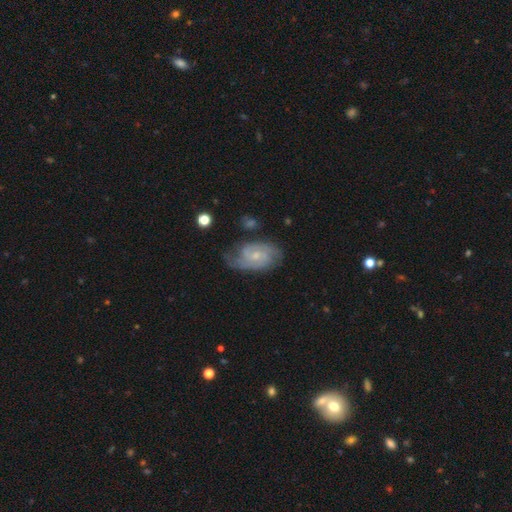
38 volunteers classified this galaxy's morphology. Smooth or featured? featured or disk (82%)
Edge-on disk? no (100%)
Bar? no (55%)
Spiral arms? yes (97%)
Spiral winding? medium (53%)
Spiral arm count? 2 (93%)
Bulge size? small (71%)
Merging? none (75%)